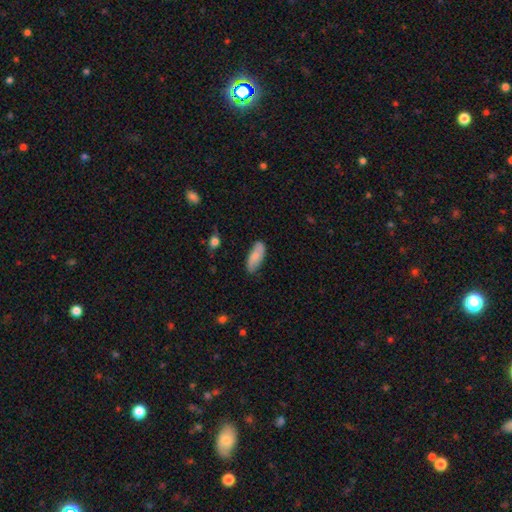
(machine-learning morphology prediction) smooth_or_featured: smooth (p=0.79) [alt: featured or disk p=0.15]
how_rounded: in between (p=0.76) [alt: cigar-shaped p=0.22]
merging: none (p=0.77) [alt: minor disturbance p=0.18]